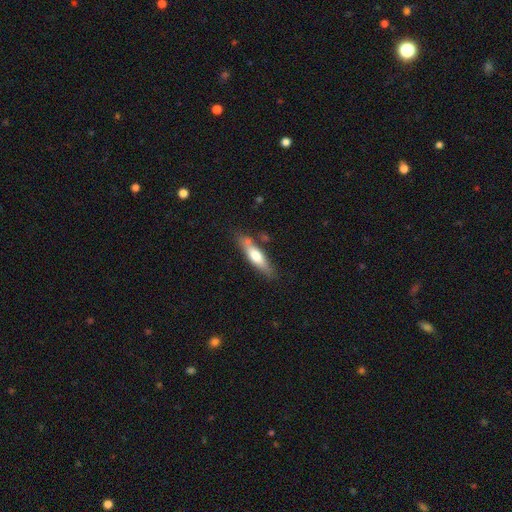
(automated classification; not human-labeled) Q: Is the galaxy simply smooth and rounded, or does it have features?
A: smooth — 58%.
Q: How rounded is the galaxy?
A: cigar-shaped — 71%.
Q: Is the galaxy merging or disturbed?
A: none — 72%.